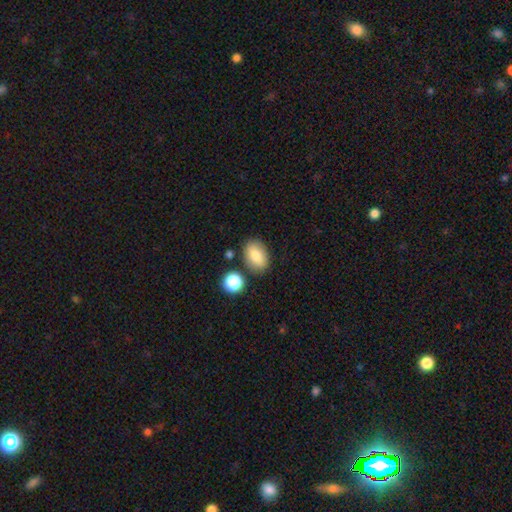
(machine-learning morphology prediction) This appears to be a smooth galaxy with no disk features (80%) that is in between round and cigar-shaped (84%). Merging: none (80%).